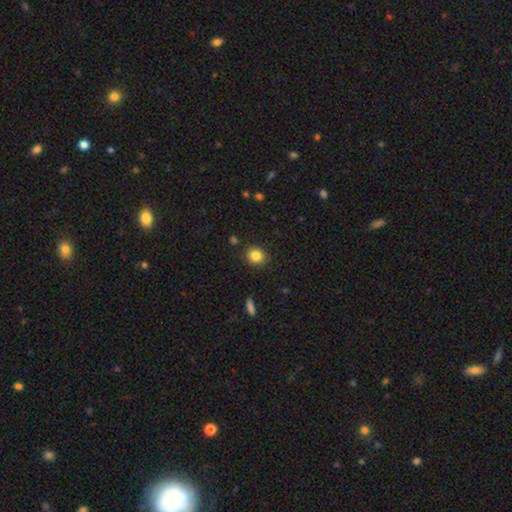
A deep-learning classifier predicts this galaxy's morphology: smooth_or_featured: smooth (p=0.84) [alt: star or artifact p=0.10]
how_rounded: round (p=0.80) [alt: in between p=0.19]
merging: none (p=0.89) [alt: minor disturbance p=0.08]